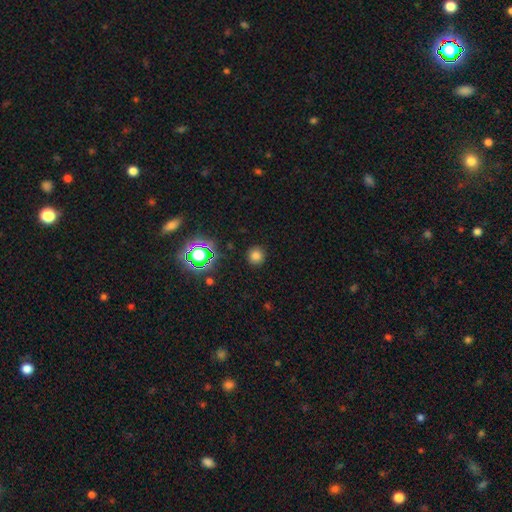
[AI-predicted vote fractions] A smooth galaxy with no disk features (75%) that is round (93%). Merging: none (89%).